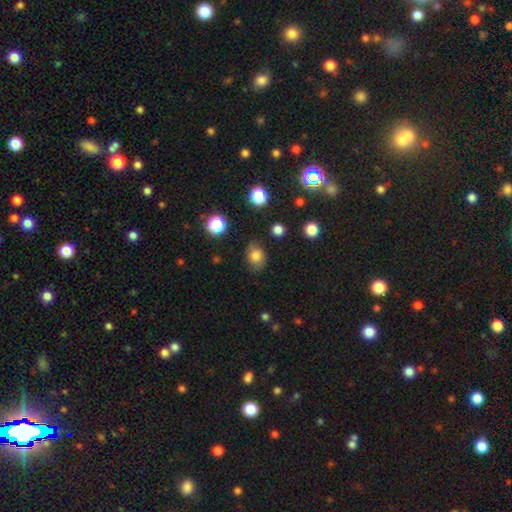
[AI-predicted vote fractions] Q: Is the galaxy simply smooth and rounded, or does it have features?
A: smooth — 80%.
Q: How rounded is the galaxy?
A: in between — 61%.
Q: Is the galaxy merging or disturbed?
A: none — 78%.